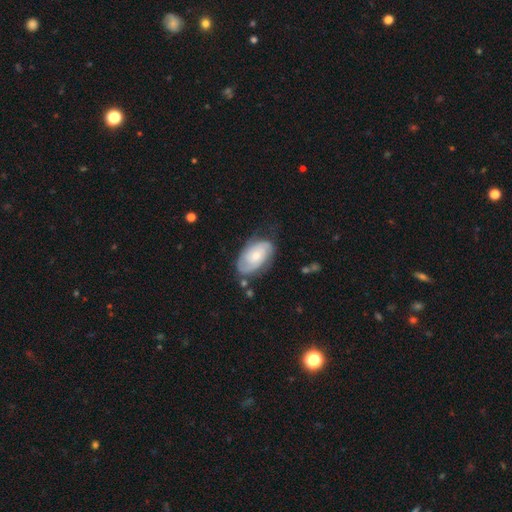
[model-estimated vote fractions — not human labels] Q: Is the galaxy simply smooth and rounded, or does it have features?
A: featured or disk — 69%.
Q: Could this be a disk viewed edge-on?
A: no — 96%.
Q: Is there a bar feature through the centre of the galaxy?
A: no — 68%.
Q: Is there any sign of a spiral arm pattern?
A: yes — 91%.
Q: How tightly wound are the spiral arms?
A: tight — 51%.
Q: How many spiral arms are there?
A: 2 — 66%.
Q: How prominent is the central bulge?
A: moderate — 46%.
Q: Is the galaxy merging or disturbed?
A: none — 67%.